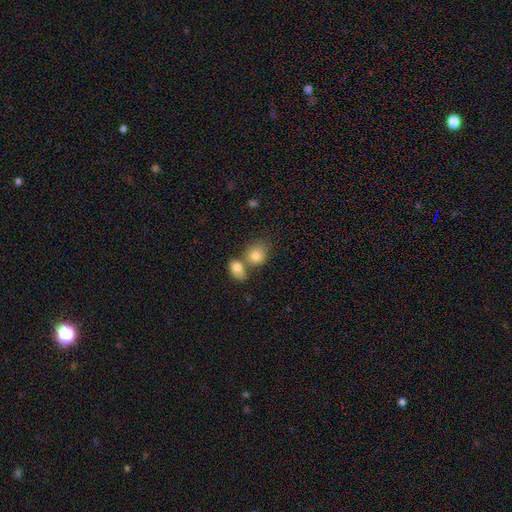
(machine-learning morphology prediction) Smooth or featured?
  - smooth: 80% *
  - featured or disk: 11%
  - star or artifact: 9%
How rounded?
  - round: 61% *
  - in between: 38%
  - cigar-shaped: 1%
Merging?
  - merger: 47% *
  - none: 40%
  - minor disturbance: 9%
  - major disturbance: 3%